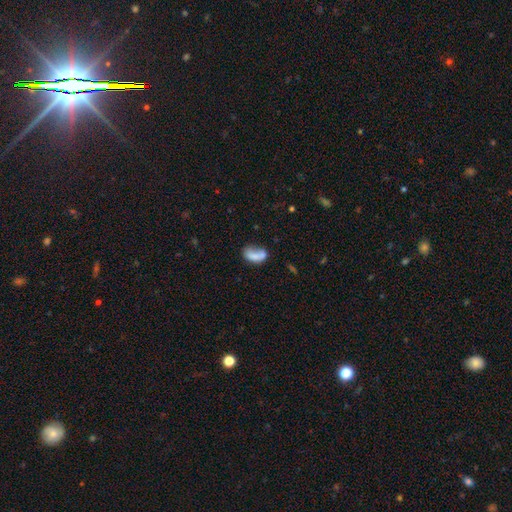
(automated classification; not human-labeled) This is likely a smooth galaxy (70%). How rounded: clearly in between (87%). Merging: marginally none (33%).